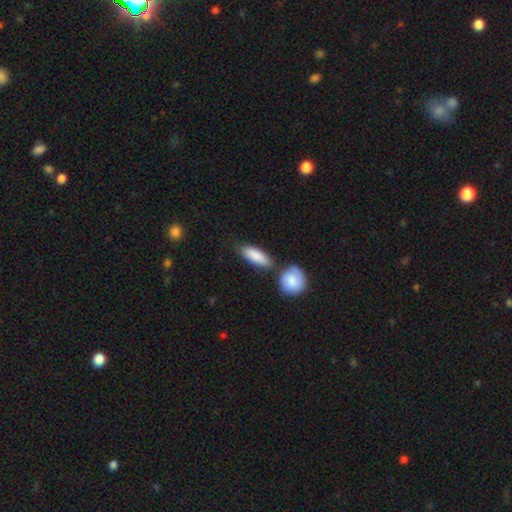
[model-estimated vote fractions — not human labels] This is clearly a smooth galaxy (85%). How rounded: likely in between (70%). Merging: likely none (65%).